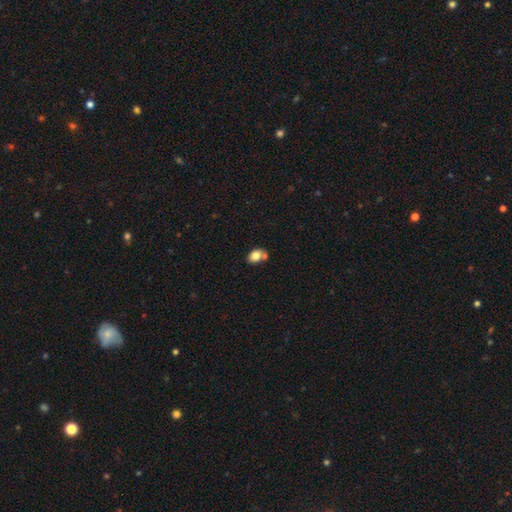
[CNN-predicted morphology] This appears to be a smooth galaxy with no disk features (79%) that is in between round and cigar-shaped (73%). Merging: none (50%).